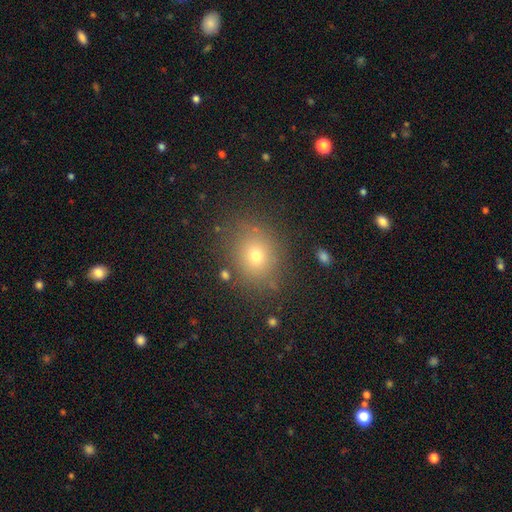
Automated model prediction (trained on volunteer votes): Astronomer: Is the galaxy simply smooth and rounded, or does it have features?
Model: smooth — 70%.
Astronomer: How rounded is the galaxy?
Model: round — 64%.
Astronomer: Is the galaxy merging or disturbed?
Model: none — 83%.